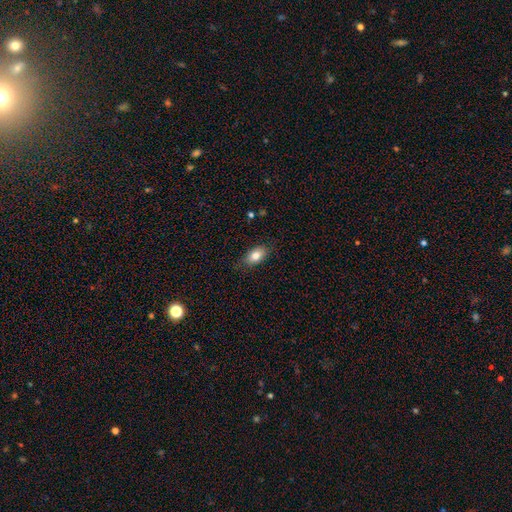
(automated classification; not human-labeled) This is clearly a smooth galaxy (82%). How rounded: clearly in between (89%). Merging: likely none (80%).